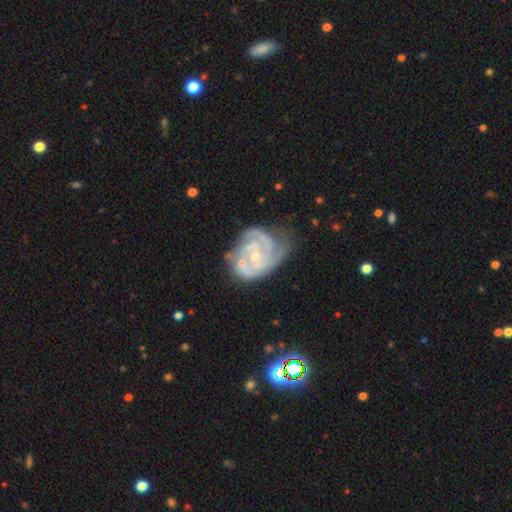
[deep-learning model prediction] This appears to be a featured or disk galaxy (88%) with no bar (69%), 3 (43%) tight (62%) spiral arms (96%) and a small central bulge (71%). Merging: none (48%).